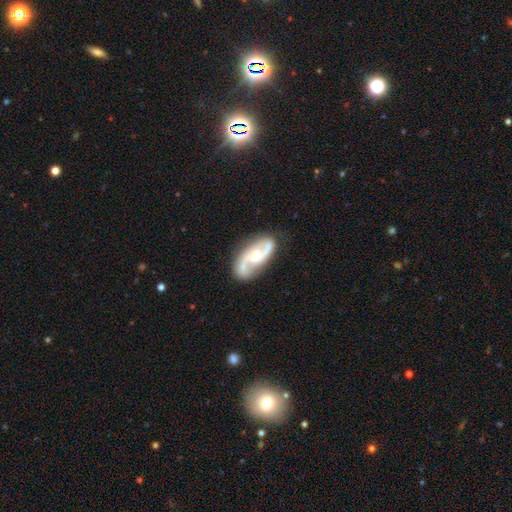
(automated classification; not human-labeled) A featured or disk galaxy (84%) with no bar (55%), 2 (90%) medium (46%) spiral arms (95%) and a moderate central bulge (58%). Merging: none (75%).